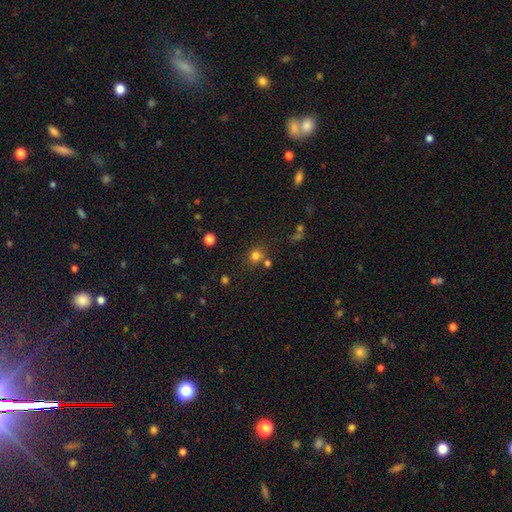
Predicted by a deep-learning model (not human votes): A smooth galaxy with no disk features (77%) that is round (83%). Merging: none (69%).